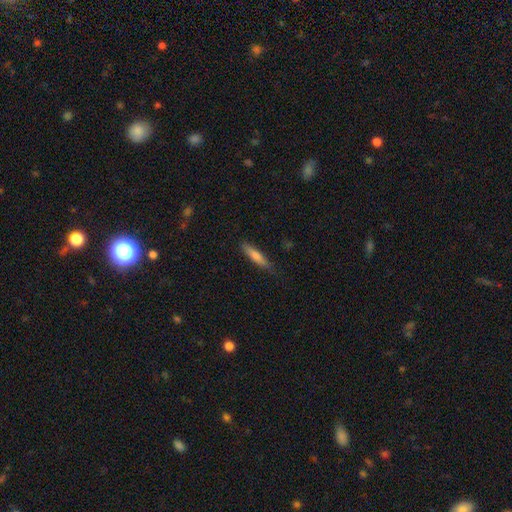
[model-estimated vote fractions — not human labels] Smooth or featured?
  - smooth: 70% *
  - featured or disk: 23%
  - star or artifact: 6%
How rounded?
  - cigar-shaped: 86% *
  - in between: 12%
  - round: 1%
Merging?
  - none: 82% *
  - minor disturbance: 14%
  - major disturbance: 3%
  - merger: 1%